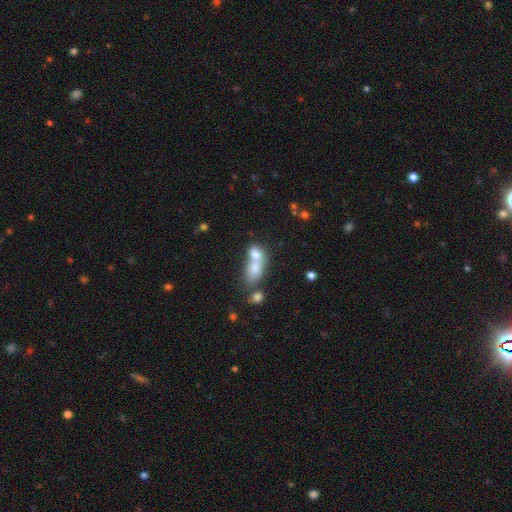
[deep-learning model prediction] Q: Smooth or featured?
A: smooth (70%); runner-up: featured or disk (19%)
Q: How rounded?
A: in between (70%); runner-up: round (26%)
Q: Merging?
A: merger (72%); runner-up: none (17%)